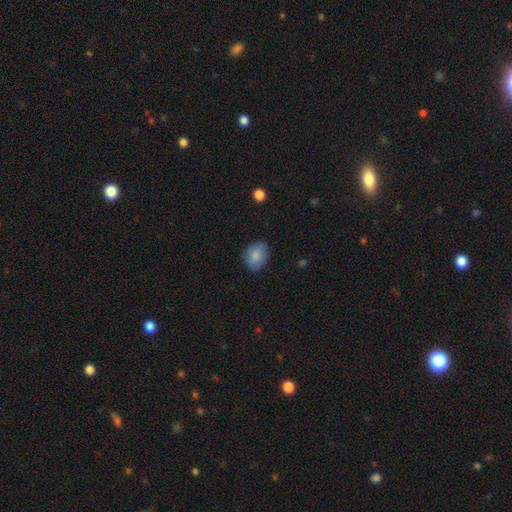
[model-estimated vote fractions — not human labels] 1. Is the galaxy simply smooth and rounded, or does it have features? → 85% smooth, 8% featured or disk, 7% star or artifact.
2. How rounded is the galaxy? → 60% in between, 39% round, 1% cigar-shaped.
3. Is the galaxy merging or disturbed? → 81% none, 15% minor disturbance, 3% major disturbance, 1% merger.